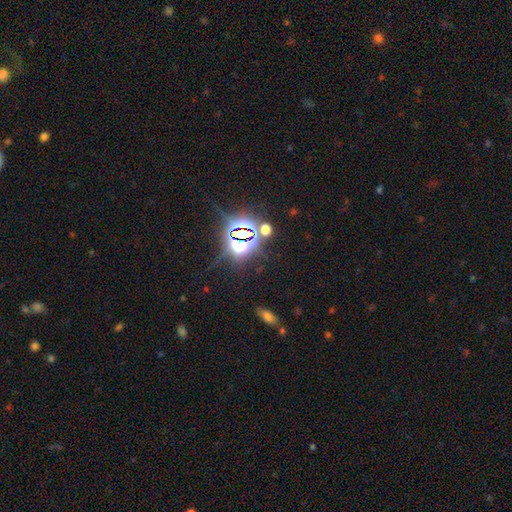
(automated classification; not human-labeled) This is clearly a star or artifact rather than a galaxy (80%).